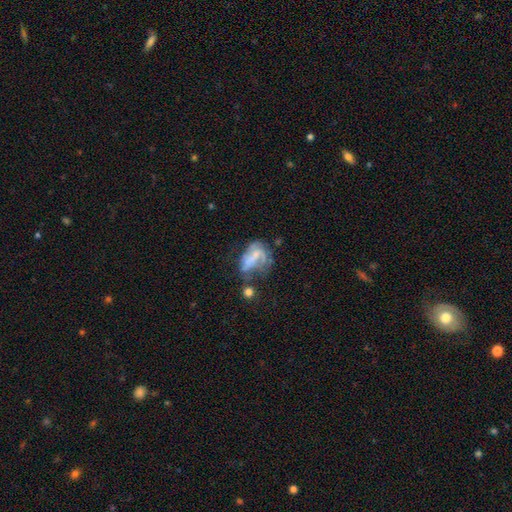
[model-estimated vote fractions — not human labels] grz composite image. It shows a featured or disk galaxy (54%) with no bar (47%), no spiral arms (53%) and no central bulge (40%). Merging: major disturbance (38%).